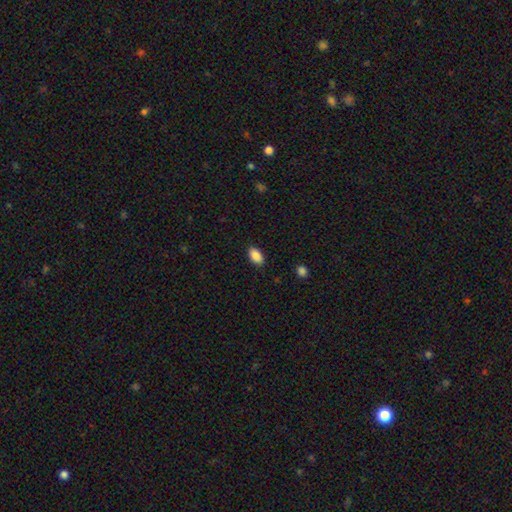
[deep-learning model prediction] Smooth or featured? Predicted: smooth (p=0.88). How rounded? Predicted: in between (p=0.93). Merging? Predicted: none (p=0.88).